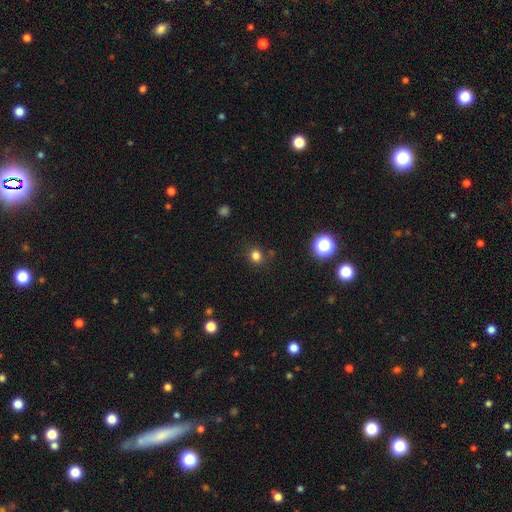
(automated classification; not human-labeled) Smooth or featured?
  - smooth: 79% *
  - star or artifact: 16%
  - featured or disk: 5%
How rounded?
  - round: 84% *
  - in between: 15%
  - cigar-shaped: 1%
Merging?
  - none: 86% *
  - minor disturbance: 8%
  - major disturbance: 3%
  - merger: 2%